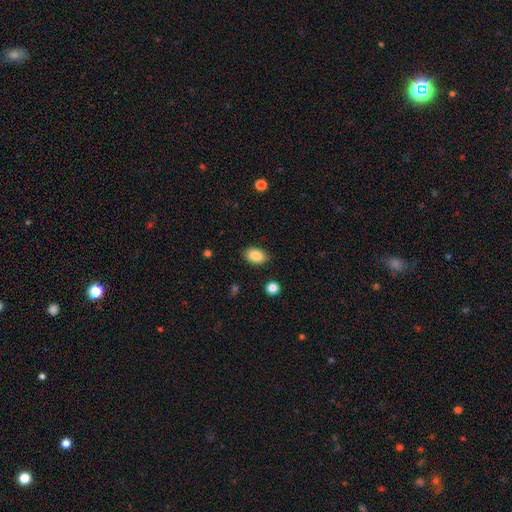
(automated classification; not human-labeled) smooth-or-featured: smooth: 87% | star or artifact: 8% | featured or disk: 6%
  how-rounded: in between: 85% | round: 14% | cigar-shaped: 1%
  merging: none: 87% | minor disturbance: 9% | major disturbance: 2% | merger: 1%